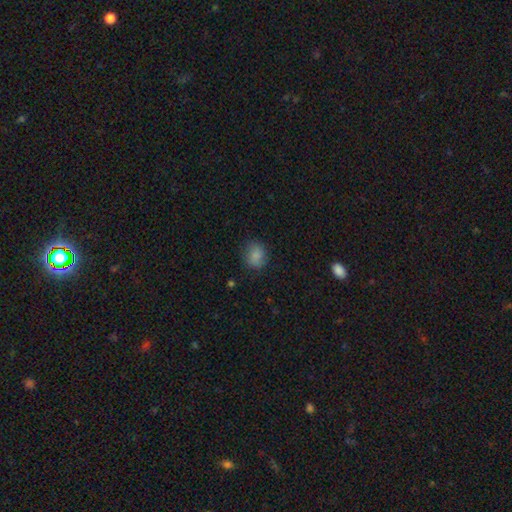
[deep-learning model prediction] A smooth galaxy with no disk features (85%) that is round (64%).

Vote fractions:
- Smooth or featured? smooth: 85% / star or artifact: 10% / featured or disk: 6%
- How rounded? round: 64% / in between: 35% / cigar-shaped: 1%
- Merging? none: 78% / minor disturbance: 16% / major disturbance: 5% / merger: 1%